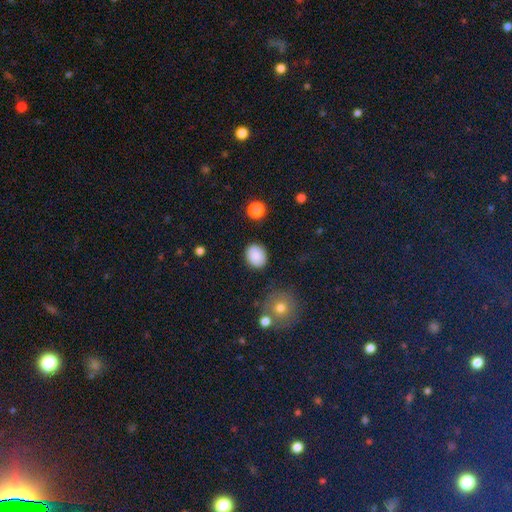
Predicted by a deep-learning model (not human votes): Smooth or featured: smooth — 86% (star or artifact — 9%)
How rounded: round — 52% (in between — 47%)
Merging: none — 86% (minor disturbance — 10%)